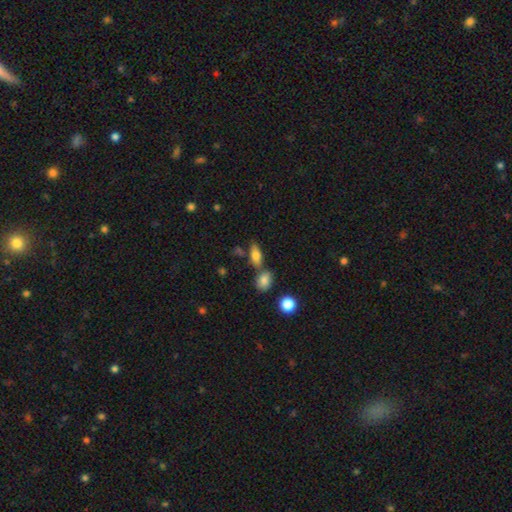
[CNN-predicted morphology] smooth 72%, featured or disk 18%, star or artifact 10%. Down the decision tree: how rounded — in between (76%); merging — none (59%).